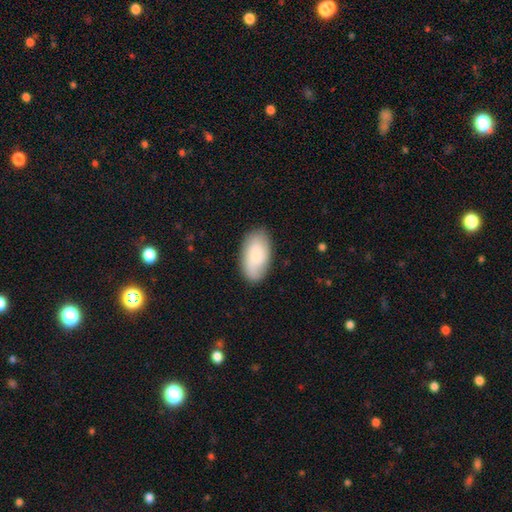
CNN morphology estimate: The model was most divided on "smooth or featured": smooth: 74%, featured or disk: 20%, star or artifact: 6%. More confident: how rounded — in between (95%); merging — none (82%).